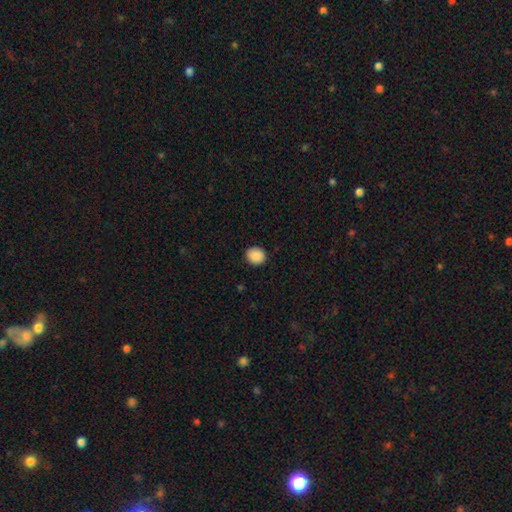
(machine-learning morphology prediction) This is clearly a smooth galaxy (90%). How rounded: likely round (77%). Merging: clearly none (90%).